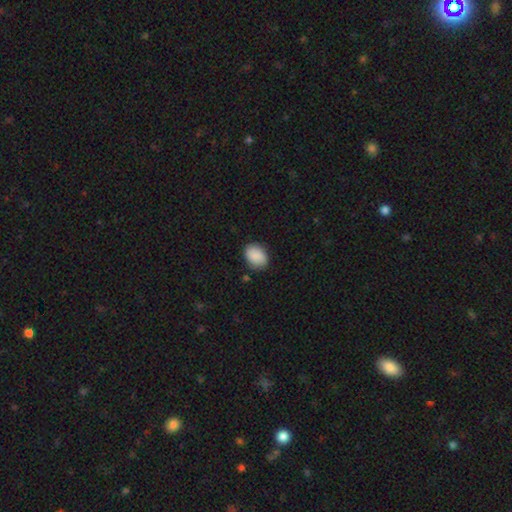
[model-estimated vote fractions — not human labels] Smooth or featured? Predicted: smooth (p=0.88). How rounded? Predicted: in between (p=0.68). Merging? Predicted: none (p=0.82).